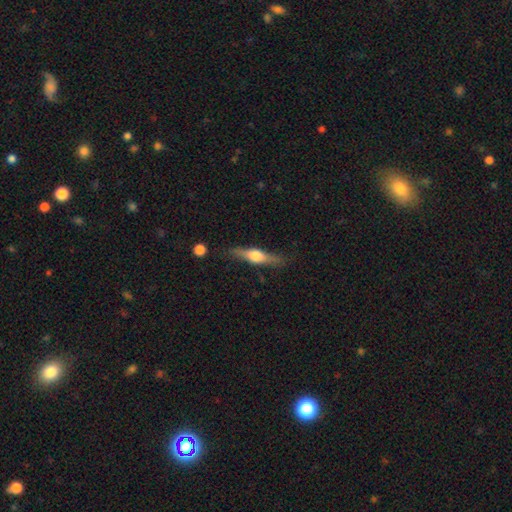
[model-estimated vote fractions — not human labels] This is likely a featured or disk galaxy (63%). It is clearly viewed edge-on (96%). Edge-on bulge: clearly rounded (93%). Merging: clearly none (84%).